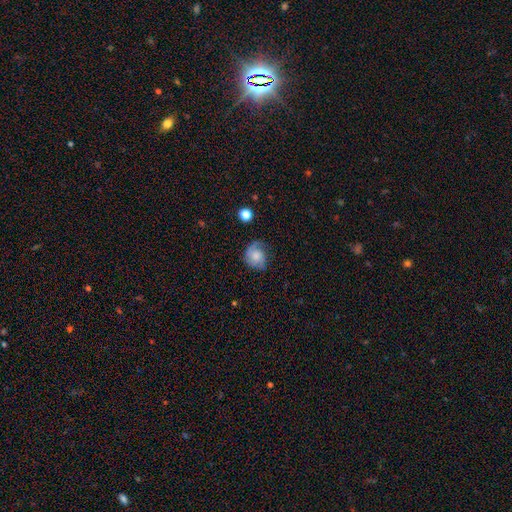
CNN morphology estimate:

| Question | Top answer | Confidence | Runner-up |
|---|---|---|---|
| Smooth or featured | smooth | 50% | featured or disk (40%) |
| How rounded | round | 70% | in between (29%) |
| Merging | none | 55% | minor disturbance (28%) |